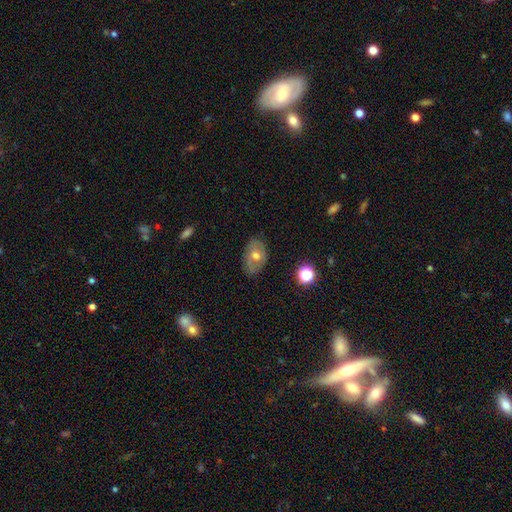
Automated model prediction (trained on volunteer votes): A smooth galaxy with no disk features (53%) that is in between round and cigar-shaped (81%).

Vote fractions:
- Smooth or featured? smooth: 53% / featured or disk: 37% / star or artifact: 10%
- How rounded? in between: 81% / round: 17% / cigar-shaped: 1%
- Merging? none: 76% / minor disturbance: 18% / major disturbance: 4% / merger: 2%